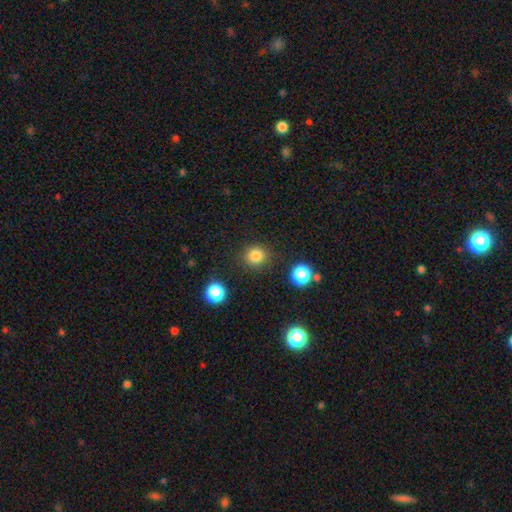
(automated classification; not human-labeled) Smooth or featured? Predicted: smooth (p=0.82). How rounded? Predicted: round (p=0.91). Merging? Predicted: none (p=0.87).